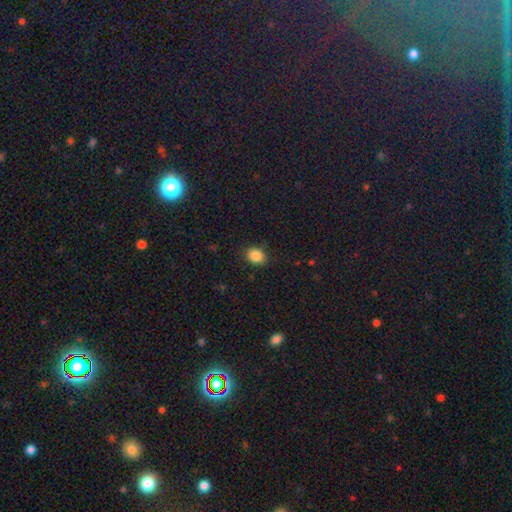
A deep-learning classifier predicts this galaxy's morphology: smooth-or-featured: smooth: 86% | star or artifact: 10% | featured or disk: 4%
  how-rounded: in between: 53% | round: 46% | cigar-shaped: 1%
  merging: none: 88% | minor disturbance: 9% | major disturbance: 2% | merger: 1%